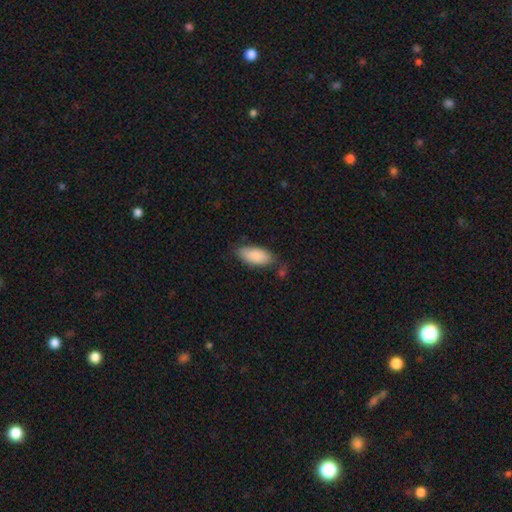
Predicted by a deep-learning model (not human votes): A smooth galaxy with no disk features (88%) that is in between round and cigar-shaped (89%). Merging: none (72%).